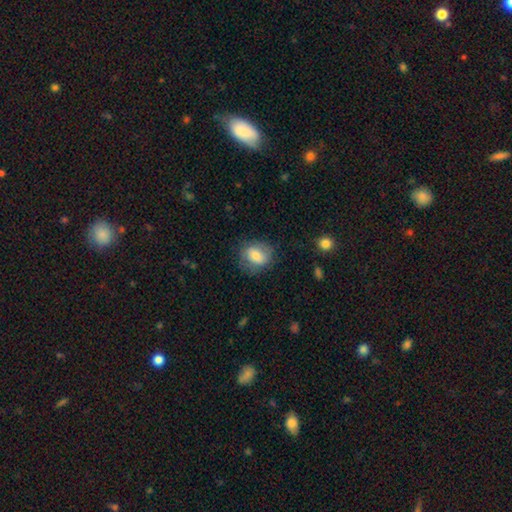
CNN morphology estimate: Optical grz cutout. It shows a smooth galaxy with no disk features (72%) that is round (55%). Merging: none (73%).